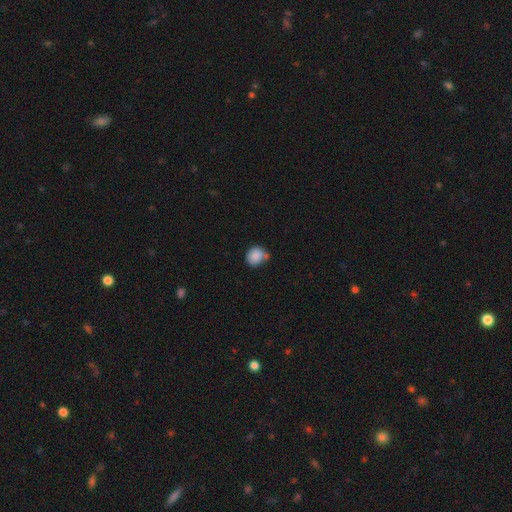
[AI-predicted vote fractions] A smooth galaxy with no disk features (86%) that is round (77%).

Vote fractions:
- Smooth or featured? smooth: 86% / star or artifact: 9% / featured or disk: 5%
- How rounded? round: 77% / in between: 22% / cigar-shaped: 1%
- Merging? none: 53% / minor disturbance: 26% / merger: 15% / major disturbance: 6%